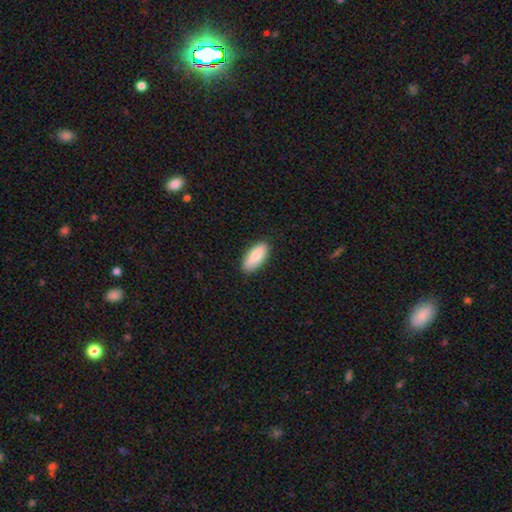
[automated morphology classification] type=smooth (80%); roundness=in between (80%); merging=none (87%).